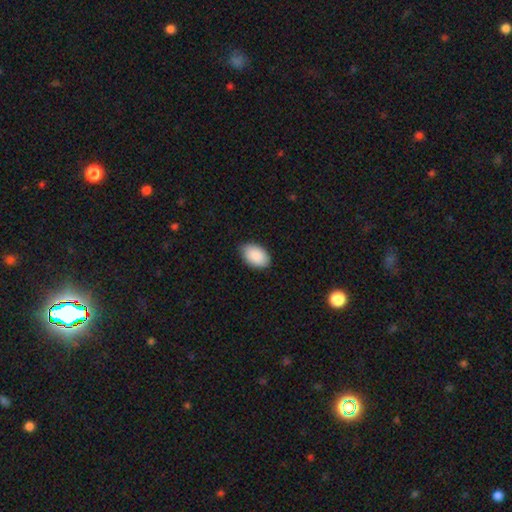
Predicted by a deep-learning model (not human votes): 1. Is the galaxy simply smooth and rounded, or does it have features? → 91% smooth, 6% star or artifact, 3% featured or disk.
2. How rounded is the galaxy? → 93% in between, 6% round, 1% cigar-shaped.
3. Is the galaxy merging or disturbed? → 82% none, 15% minor disturbance, 2% major disturbance, 1% merger.